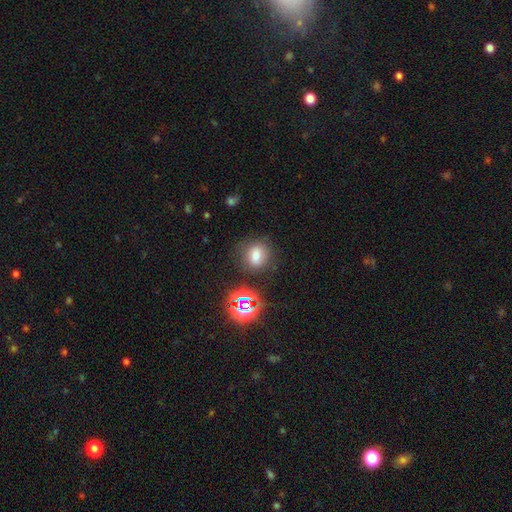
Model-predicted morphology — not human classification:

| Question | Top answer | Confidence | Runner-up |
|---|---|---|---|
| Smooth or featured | smooth | 66% | star or artifact (21%) |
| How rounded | round | 63% | in between (35%) |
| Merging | none | 79% | minor disturbance (12%) |